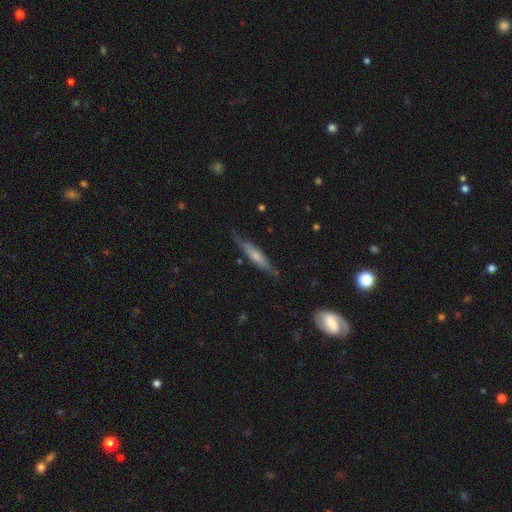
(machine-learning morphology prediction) A smooth galaxy with no disk features (49%).

Vote fractions:
- Smooth or featured? smooth: 49% / featured or disk: 45% / star or artifact: 6%
- Merging? none: 76% / minor disturbance: 18% / major disturbance: 4% / merger: 2%